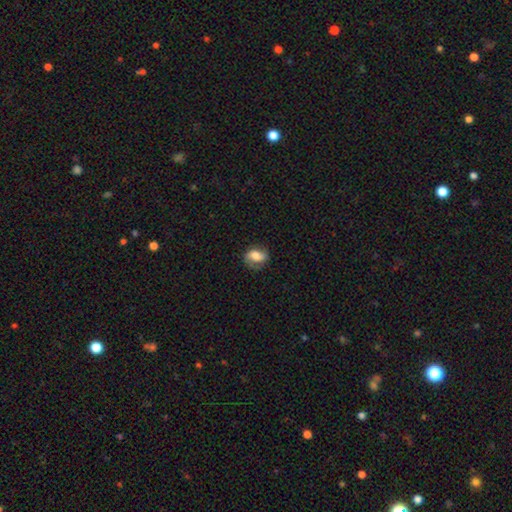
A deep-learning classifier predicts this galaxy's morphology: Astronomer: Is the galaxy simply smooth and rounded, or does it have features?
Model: featured or disk — 54% (runner-up: smooth, 38%).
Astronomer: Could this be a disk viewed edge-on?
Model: no — 96%.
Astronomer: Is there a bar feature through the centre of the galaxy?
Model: no — 39% (runner-up: weak, 38%).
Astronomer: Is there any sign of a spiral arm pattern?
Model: yes — 86%.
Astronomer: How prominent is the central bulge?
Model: moderate — 49% (runner-up: large, 29%).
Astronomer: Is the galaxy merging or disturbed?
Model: none — 72%.